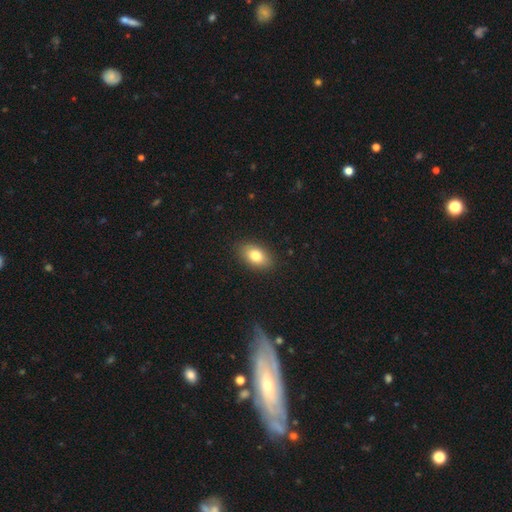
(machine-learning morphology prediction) smooth-or-featured: smooth: 80% | featured or disk: 12% | star or artifact: 8%
  how-rounded: in between: 89% | round: 9% | cigar-shaped: 3%
  merging: none: 89% | minor disturbance: 8% | major disturbance: 2% | merger: 1%